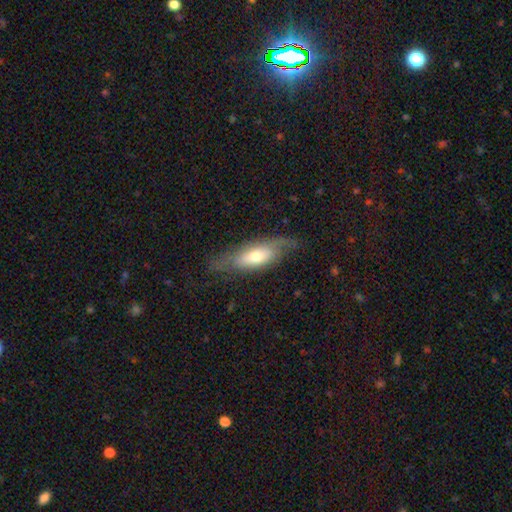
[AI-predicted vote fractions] Smooth or featured? Predicted: featured or disk (p=0.51). Edge-on disk? Predicted: no (p=0.62). Merging? Predicted: none (p=0.63).